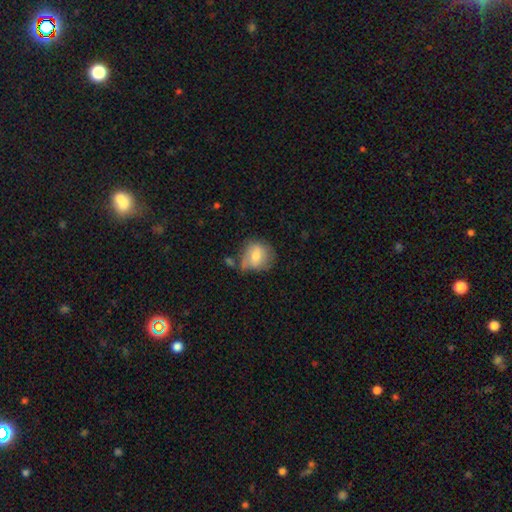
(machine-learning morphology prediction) This is likely a smooth galaxy (69%). How rounded: likely round (71%). Merging: possibly none (51%).